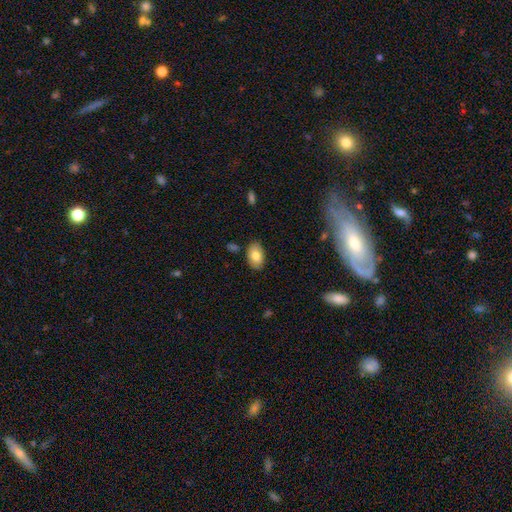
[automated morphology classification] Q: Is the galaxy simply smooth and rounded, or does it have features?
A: smooth — 78%.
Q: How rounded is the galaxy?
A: in between — 91%.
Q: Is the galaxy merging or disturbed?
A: none — 84%.